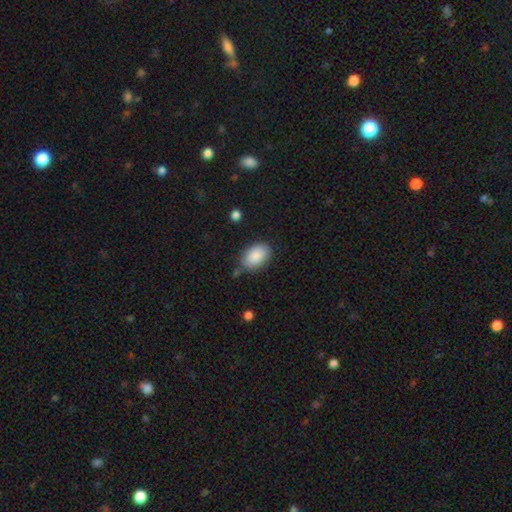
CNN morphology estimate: smooth 88%, featured or disk 6%, star or artifact 6%. Down the decision tree: how rounded — in between (89%); merging — none (70%).